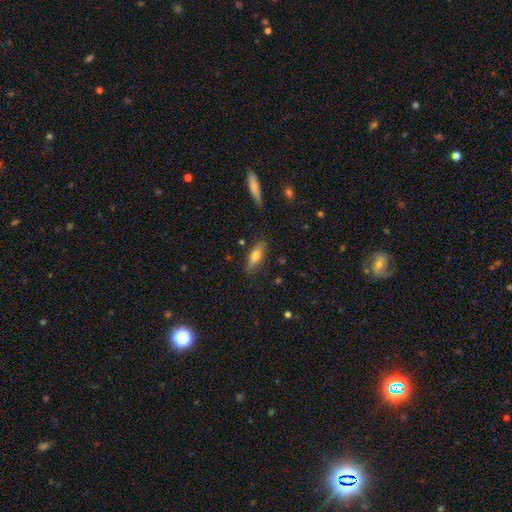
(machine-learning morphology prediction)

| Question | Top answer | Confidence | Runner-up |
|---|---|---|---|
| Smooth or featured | smooth | 62% | featured or disk (32%) |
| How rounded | in between | 54% | cigar-shaped (43%) |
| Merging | none | 79% | minor disturbance (16%) |